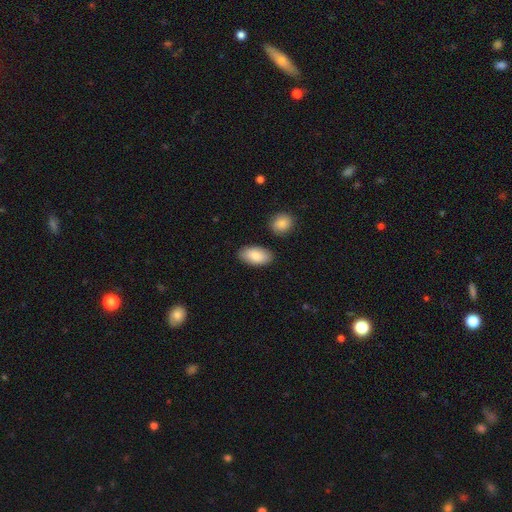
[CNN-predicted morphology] A smooth galaxy with no disk features (86%) that is in between round and cigar-shaped (95%). Merging: none (84%).